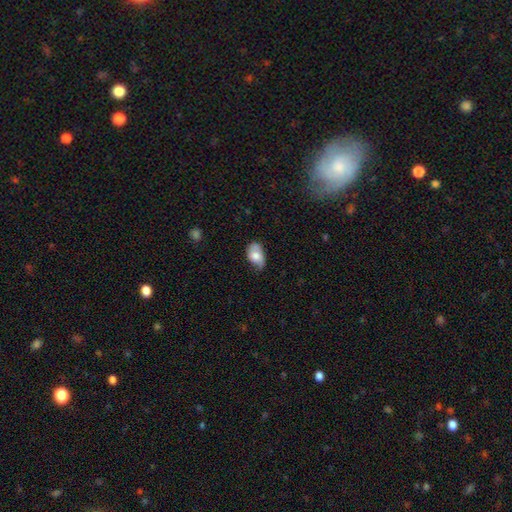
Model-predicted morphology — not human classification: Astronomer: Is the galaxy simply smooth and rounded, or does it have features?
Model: smooth — 70%.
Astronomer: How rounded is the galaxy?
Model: in between — 90%.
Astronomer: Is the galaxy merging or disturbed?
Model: none — 47% (runner-up: minor disturbance, 41%).